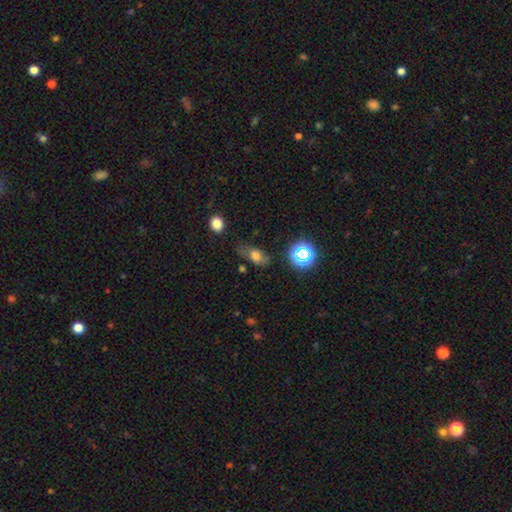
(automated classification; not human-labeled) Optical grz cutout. It shows a smooth galaxy with no disk features (64%) that is in between round and cigar-shaped (78%). Merging: none (58%).